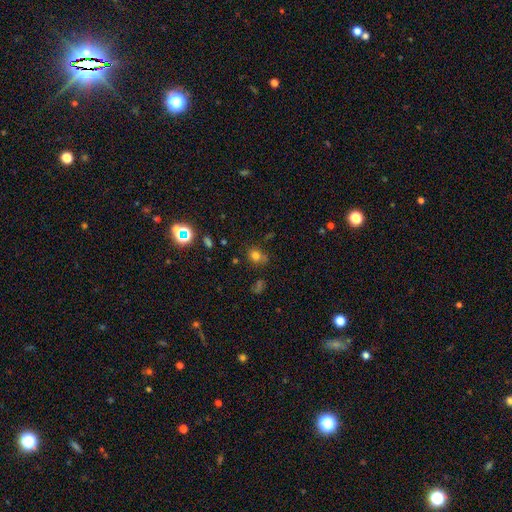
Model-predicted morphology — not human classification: Smooth or featured? Predicted: smooth (p=0.74). How rounded? Predicted: round (p=0.60). Merging? Predicted: none (p=0.66).